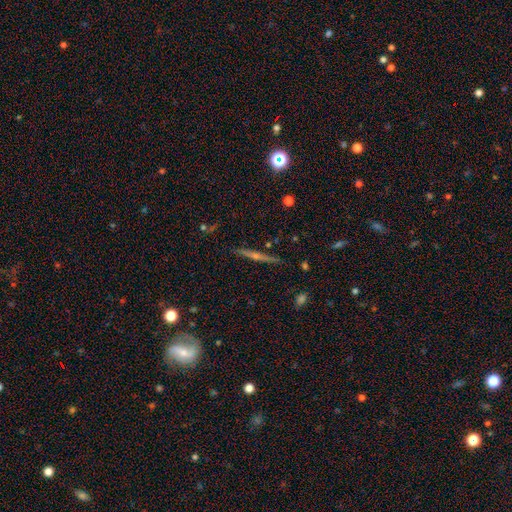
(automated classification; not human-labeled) Morphology: type=featured or disk (73%); edge-on=yes (97%); edge-on bulge=rounded (74%); merging=none (90%).